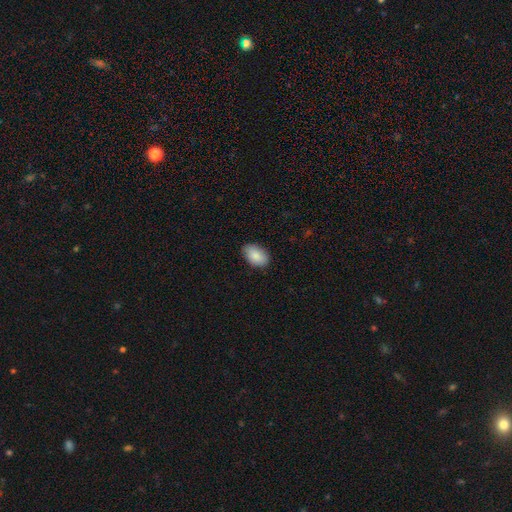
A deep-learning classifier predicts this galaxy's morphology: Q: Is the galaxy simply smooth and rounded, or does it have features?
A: smooth — 88%.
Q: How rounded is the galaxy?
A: in between — 89%.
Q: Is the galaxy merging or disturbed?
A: none — 81%.